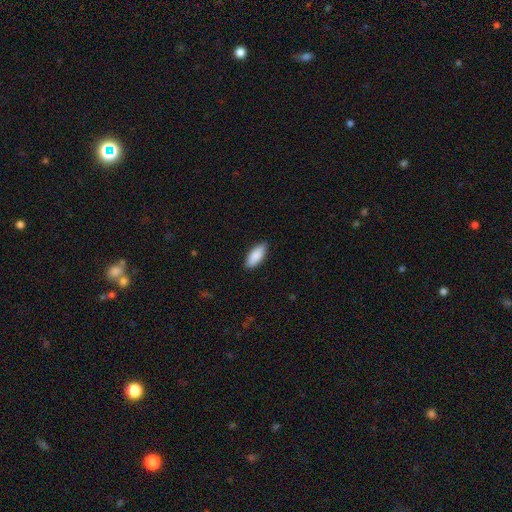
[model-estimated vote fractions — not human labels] Overall: smooth (89%). How rounded: in between (83%). Merging: none (87%).